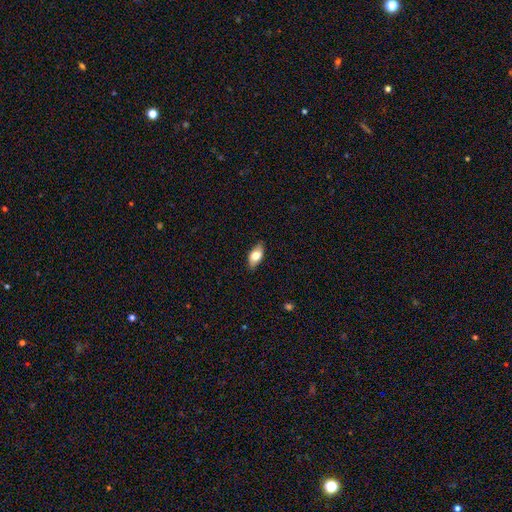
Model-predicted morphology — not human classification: smooth-or-featured: smooth: 72% | featured or disk: 22% | star or artifact: 7%
  how-rounded: in between: 89% | cigar-shaped: 7% | round: 4%
  merging: none: 84% | minor disturbance: 13% | major disturbance: 2% | merger: 1%